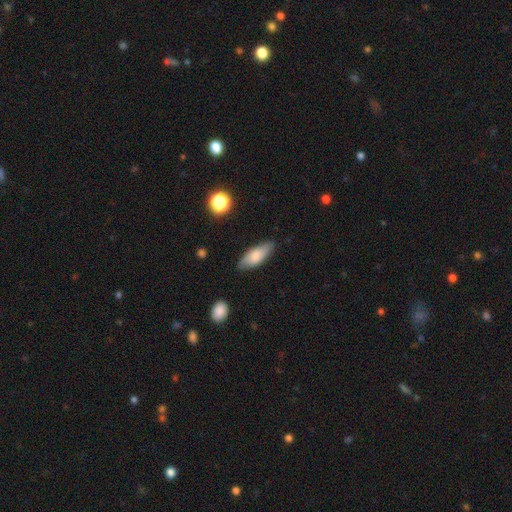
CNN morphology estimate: smooth_or_featured: smooth (p=0.75) [alt: featured or disk p=0.18]
how_rounded: in between (p=0.72) [alt: cigar-shaped p=0.25]
merging: none (p=0.79) [alt: minor disturbance p=0.17]